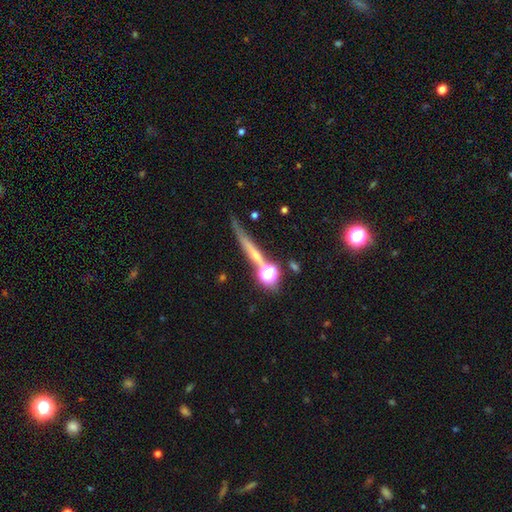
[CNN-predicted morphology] type=featured or disk (43%); merging=none (65%).